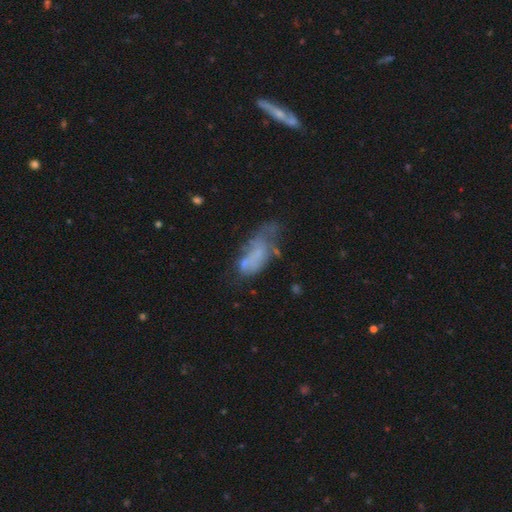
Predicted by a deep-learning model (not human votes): Smooth or featured?
  - smooth: 45% *
  - featured or disk: 41%
  - star or artifact: 14%
Merging?
  - major disturbance: 35% *
  - none: 27%
  - minor disturbance: 24%
  - merger: 15%